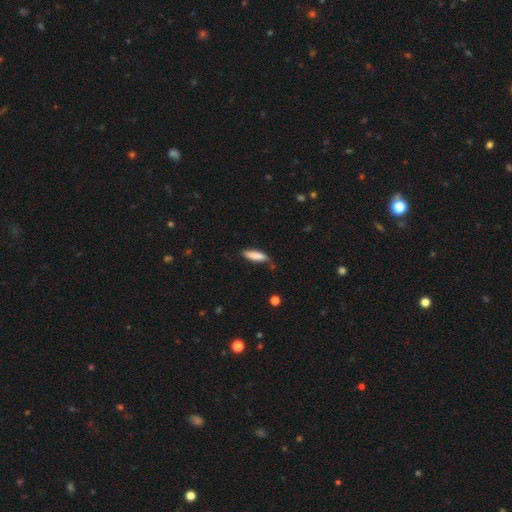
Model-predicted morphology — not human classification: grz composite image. It shows a smooth galaxy with no disk features (85%) that is cigar-shaped (61%). Merging: none (78%).